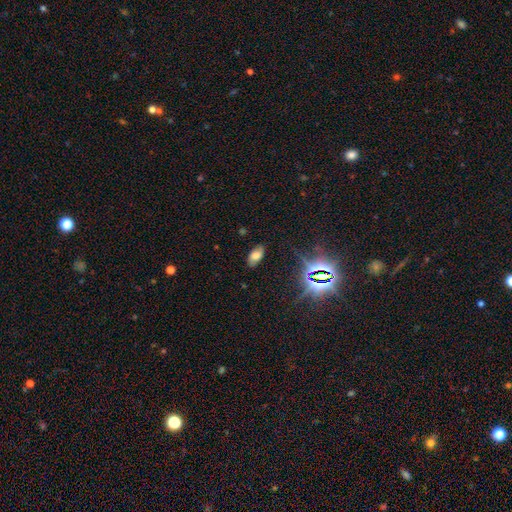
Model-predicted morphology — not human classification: The model was most divided on "smooth or featured": smooth: 65%, star or artifact: 20%, featured or disk: 15%. More confident: how rounded — in between (93%); merging — none (82%).